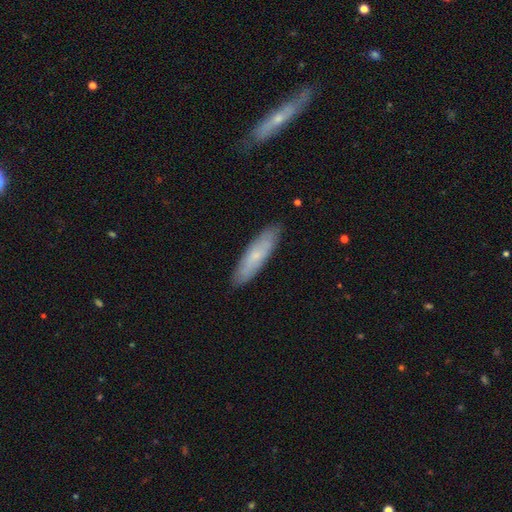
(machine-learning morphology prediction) A smooth galaxy with no disk features (61%) that is cigar-shaped (68%).

Vote fractions:
- Smooth or featured? smooth: 61% / featured or disk: 33% / star or artifact: 7%
- How rounded? cigar-shaped: 68% / in between: 30% / round: 2%
- Merging? none: 87% / minor disturbance: 10% / major disturbance: 2% / merger: 1%